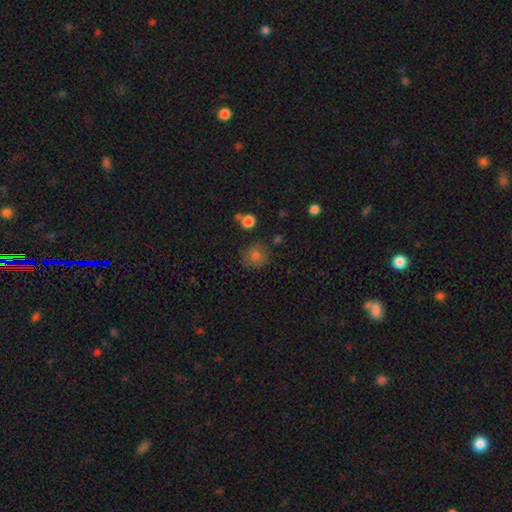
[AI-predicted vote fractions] This is likely a smooth galaxy (72%). How rounded: clearly round (87%). Merging: likely none (79%).